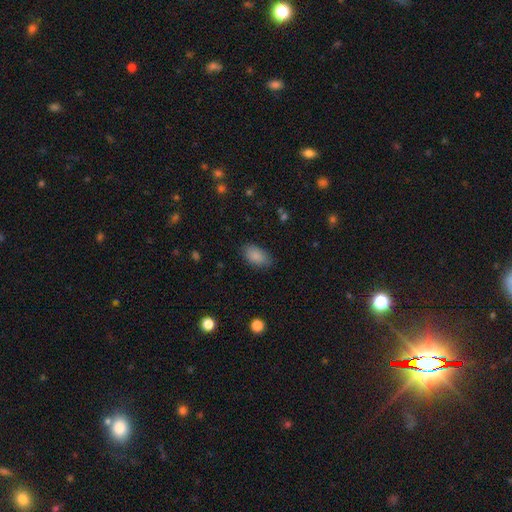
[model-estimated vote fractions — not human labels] smooth-or-featured: smooth: 88% | star or artifact: 7% | featured or disk: 5%
  how-rounded: in between: 93% | round: 5% | cigar-shaped: 2%
  merging: none: 81% | minor disturbance: 14% | major disturbance: 4% | merger: 1%